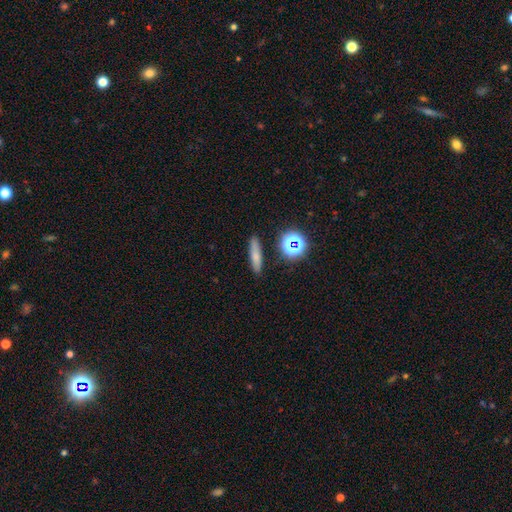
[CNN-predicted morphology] smooth-or-featured: smooth: 70% | featured or disk: 16% | star or artifact: 14%
  how-rounded: cigar-shaped: 74% | in between: 18% | round: 8%
  merging: none: 86% | minor disturbance: 9% | merger: 3% | major disturbance: 3%